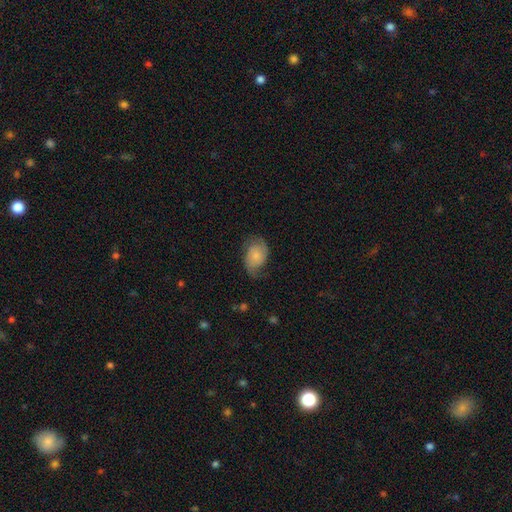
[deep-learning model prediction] This is possibly a smooth galaxy (56%). How rounded: clearly in between (82%). Merging: possibly none (55%).